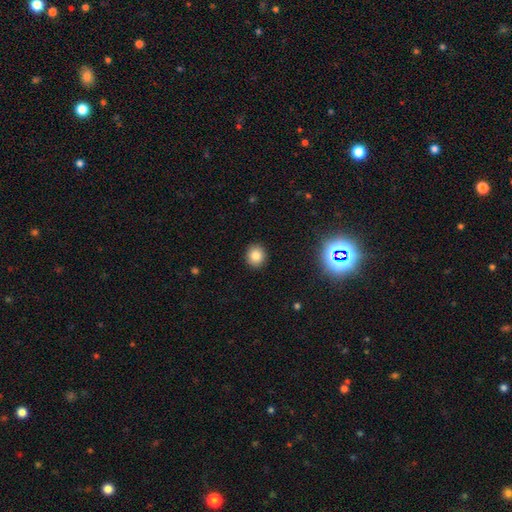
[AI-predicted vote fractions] smooth_or_featured: smooth (p=0.82) [alt: star or artifact p=0.12]
how_rounded: round (p=0.83) [alt: in between p=0.16]
merging: none (p=0.91) [alt: minor disturbance p=0.06]